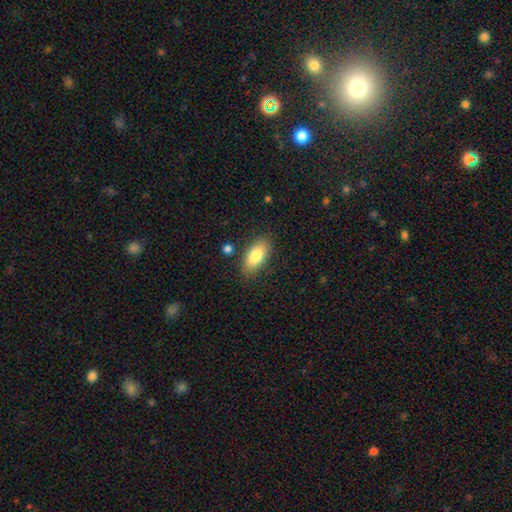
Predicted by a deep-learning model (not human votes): smooth 81%, featured or disk 12%, star or artifact 7%. Down the decision tree: how rounded — in between (88%); merging — none (84%).